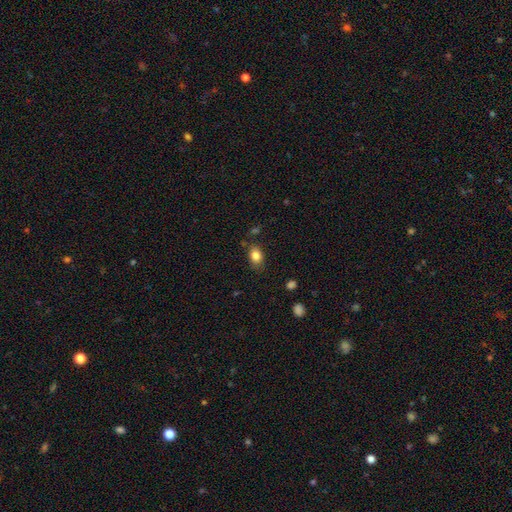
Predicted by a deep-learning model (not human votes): The model was most divided on "how rounded": in between: 79%, round: 20%, cigar-shaped: 2%. More confident: smooth or featured — smooth (83%); merging — none (77%).